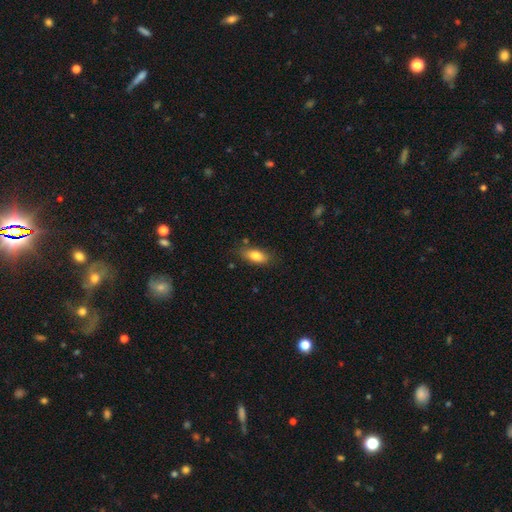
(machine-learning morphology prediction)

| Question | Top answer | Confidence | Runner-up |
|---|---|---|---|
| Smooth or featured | smooth | 81% | featured or disk (11%) |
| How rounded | in between | 84% | cigar-shaped (12%) |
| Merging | none | 77% | minor disturbance (16%) |